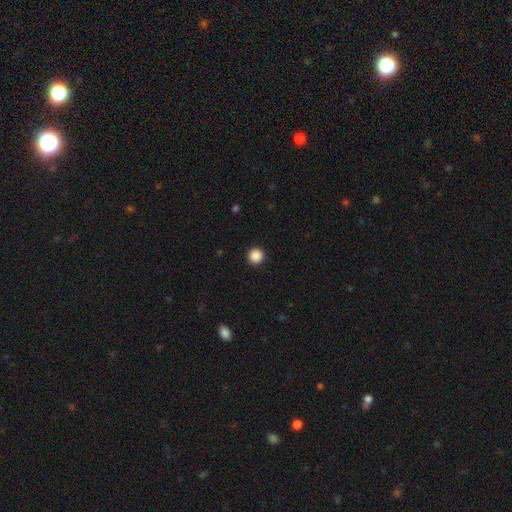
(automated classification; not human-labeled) smooth_or_featured: smooth (p=0.88) [alt: star or artifact p=0.10]
how_rounded: round (p=0.96) [alt: in between p=0.03]
merging: none (p=0.93) [alt: minor disturbance p=0.04]